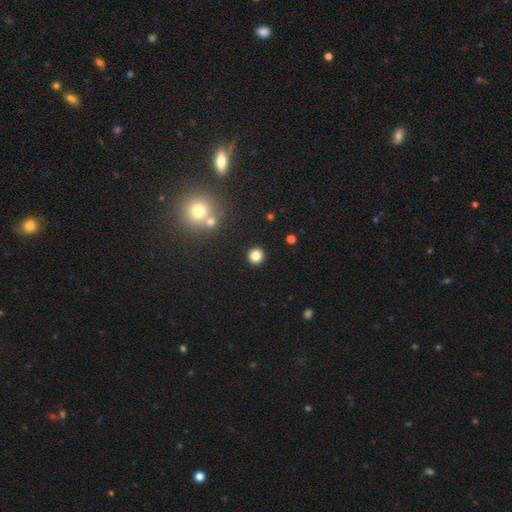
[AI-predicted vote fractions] Q: Smooth or featured?
A: smooth (83%); runner-up: star or artifact (12%)
Q: How rounded?
A: round (93%); runner-up: in between (6%)
Q: Merging?
A: none (92%); runner-up: minor disturbance (5%)